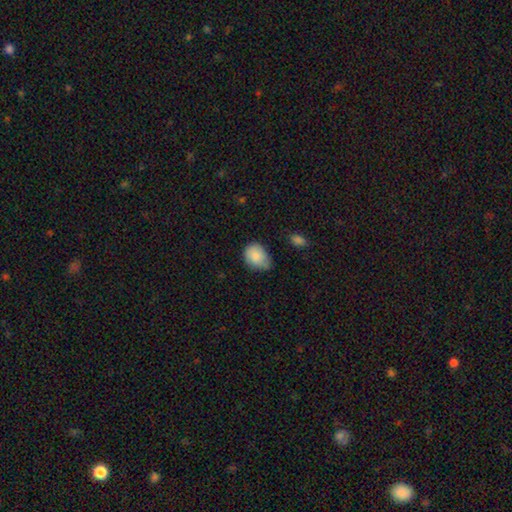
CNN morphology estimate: smooth 85%, star or artifact 7%, featured or disk 7%. Down the decision tree: how rounded — in between (60%); merging — none (50%).